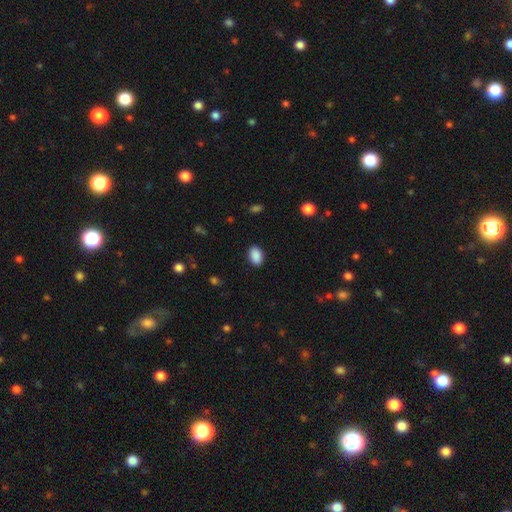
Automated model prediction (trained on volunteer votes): This appears to be a smooth galaxy with no disk features (90%) that is in between round and cigar-shaped (87%). Merging: none (88%).